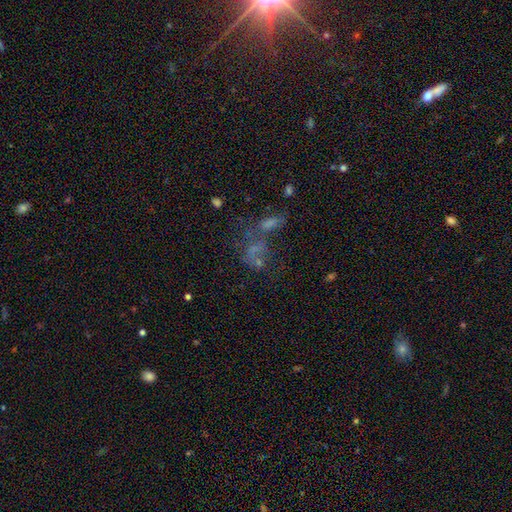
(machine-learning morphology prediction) This is marginally a smooth galaxy (41%). Merging: marginally merger (44%).